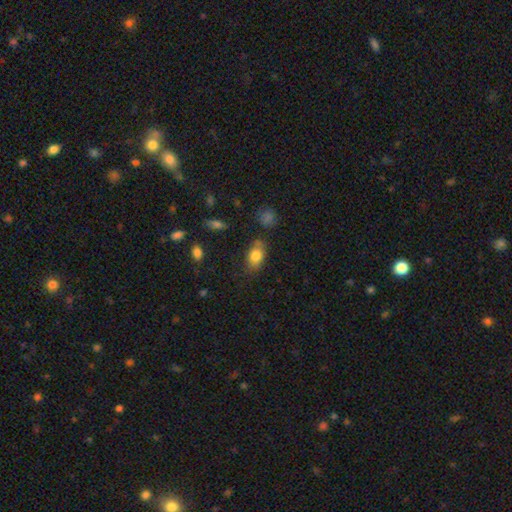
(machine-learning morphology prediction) Q: Smooth or featured?
A: smooth (81%); runner-up: featured or disk (11%)
Q: How rounded?
A: in between (84%); runner-up: round (13%)
Q: Merging?
A: none (70%); runner-up: minor disturbance (21%)